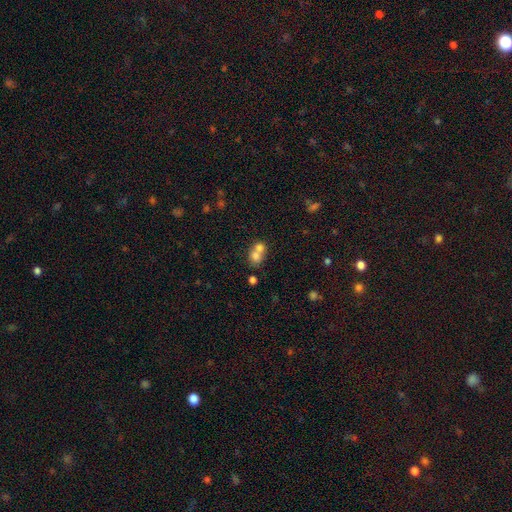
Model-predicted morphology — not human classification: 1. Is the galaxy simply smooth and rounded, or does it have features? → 73% smooth, 16% featured or disk, 11% star or artifact.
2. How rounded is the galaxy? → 62% round, 37% in between, 1% cigar-shaped.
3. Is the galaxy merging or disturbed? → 68% merger, 24% none, 5% minor disturbance, 3% major disturbance.